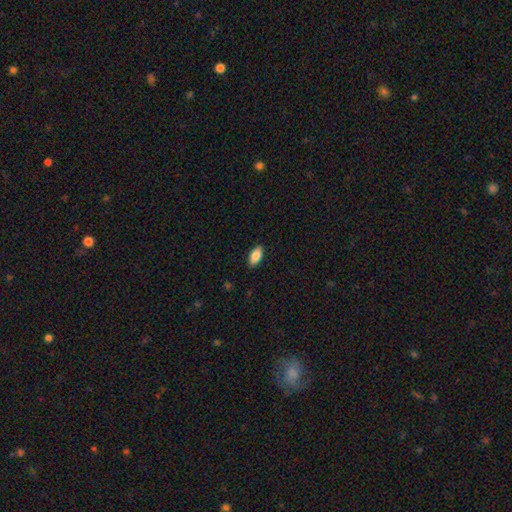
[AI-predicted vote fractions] A smooth galaxy with no disk features (85%) that is in between round and cigar-shaped (90%). Merging: none (88%).